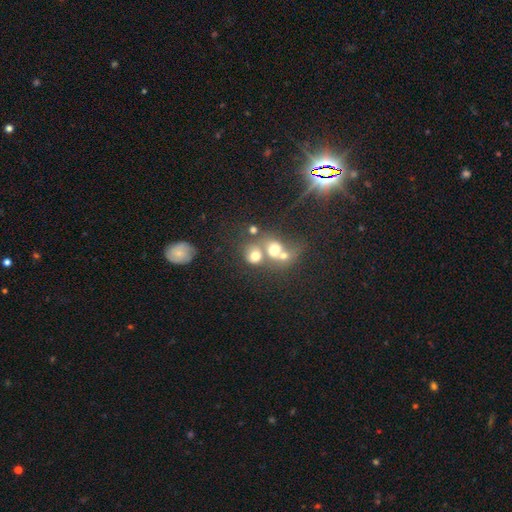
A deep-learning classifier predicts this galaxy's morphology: Q: Smooth or featured?
A: smooth (63%); runner-up: featured or disk (20%)
Q: How rounded?
A: round (74%); runner-up: in between (25%)
Q: Merging?
A: merger (51%); runner-up: none (33%)